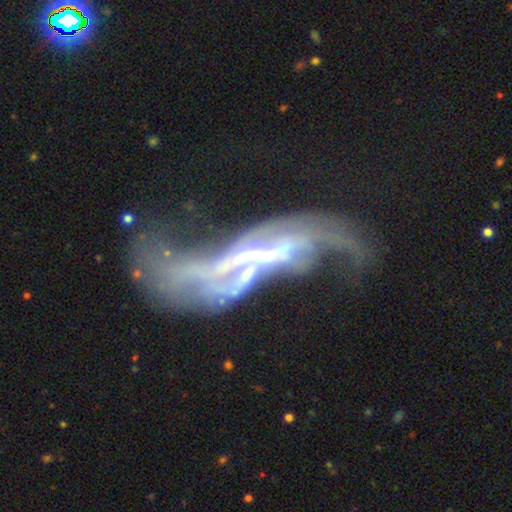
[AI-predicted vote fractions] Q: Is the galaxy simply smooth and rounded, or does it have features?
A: featured or disk — 81%.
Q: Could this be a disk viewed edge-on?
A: no — 78%.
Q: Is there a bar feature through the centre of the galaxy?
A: strong — 38%.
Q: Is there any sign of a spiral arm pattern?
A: yes — 76%.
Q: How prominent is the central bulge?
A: small — 52%.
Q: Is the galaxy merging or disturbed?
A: major disturbance — 38%.